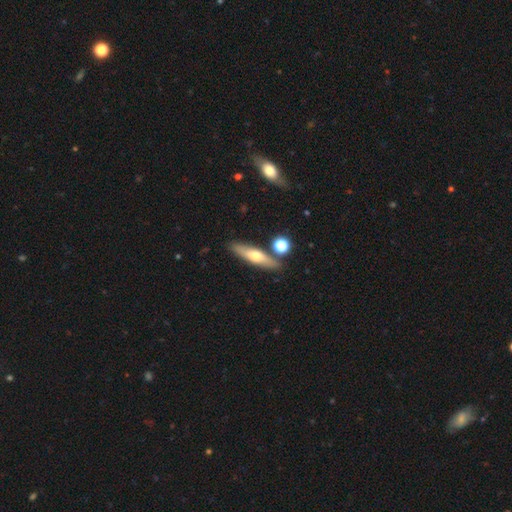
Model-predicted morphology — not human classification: smooth 47%, featured or disk 45%, star or artifact 7%. Down the decision tree: merging — none (81%).